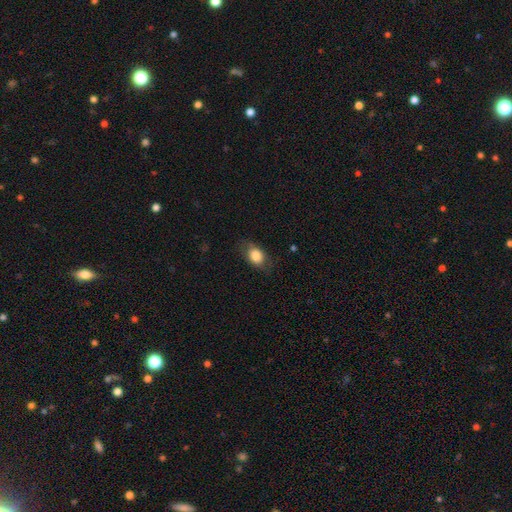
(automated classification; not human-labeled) smooth_or_featured: smooth (p=0.81) [alt: featured or disk p=0.11]
how_rounded: in between (p=0.72) [alt: round p=0.26]
merging: none (p=0.72) [alt: minor disturbance p=0.20]